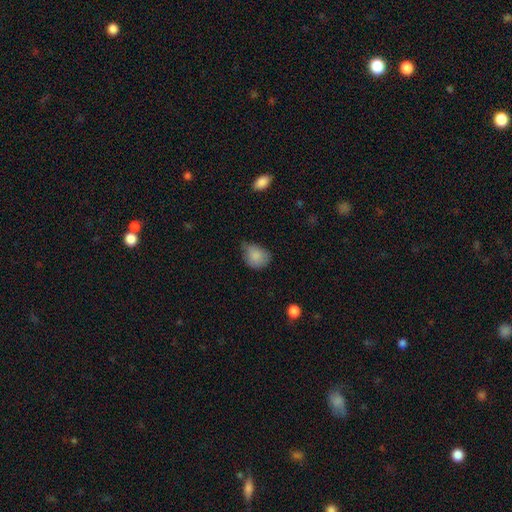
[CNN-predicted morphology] Smooth or featured? Predicted: smooth (p=0.84). How rounded? Predicted: in between (p=0.53). Merging? Predicted: minor disturbance (p=0.45).